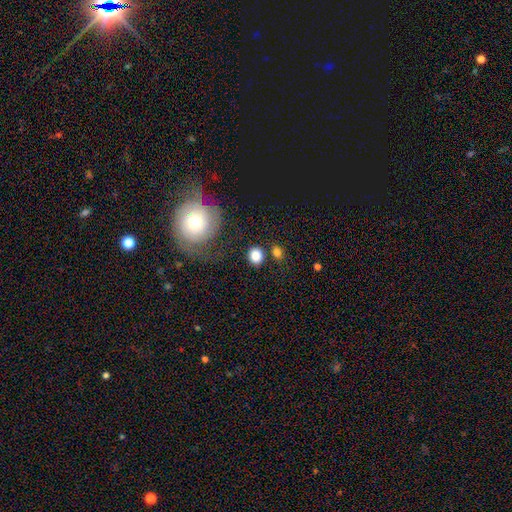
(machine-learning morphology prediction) Q: Smooth or featured?
A: smooth (85%); runner-up: star or artifact (9%)
Q: How rounded?
A: round (74%); runner-up: in between (24%)
Q: Merging?
A: none (76%); runner-up: minor disturbance (10%)